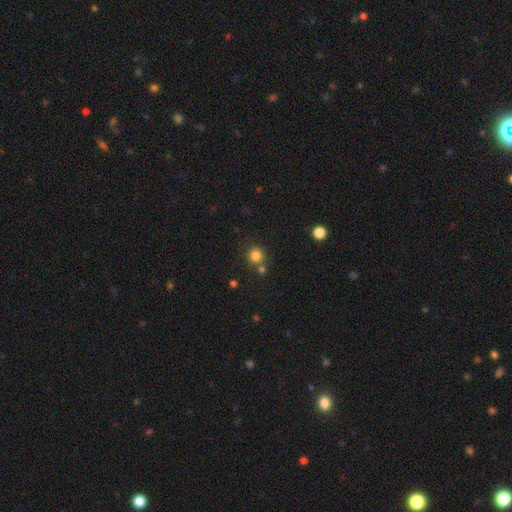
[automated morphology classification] This appears to be a smooth galaxy with no disk features (82%) that is round (93%). Merging: none (74%).